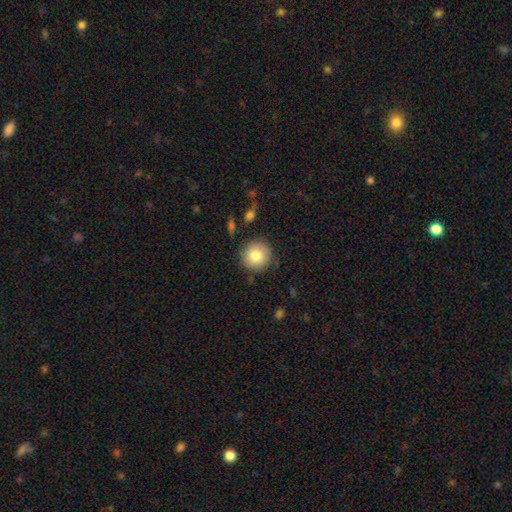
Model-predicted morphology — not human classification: A smooth galaxy with no disk features (82%) that is round (93%). Merging: none (87%).